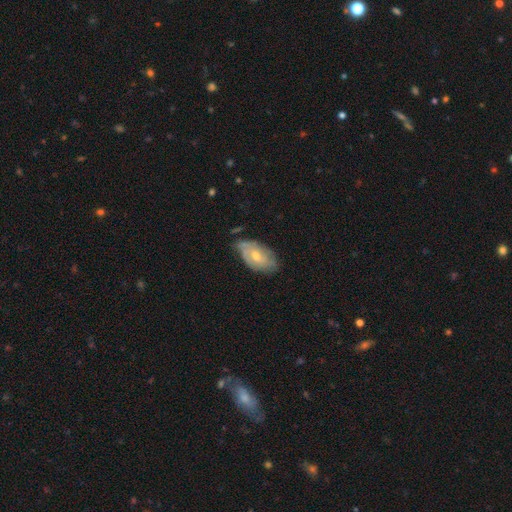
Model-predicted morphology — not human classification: A featured or disk galaxy (50%).

Vote fractions:
- Smooth or featured? featured or disk: 50% / smooth: 43% / star or artifact: 6%
- Edge-on disk? no: 92% / yes: 8%
- Merging? none: 53% / minor disturbance: 35% / major disturbance: 9% / merger: 3%